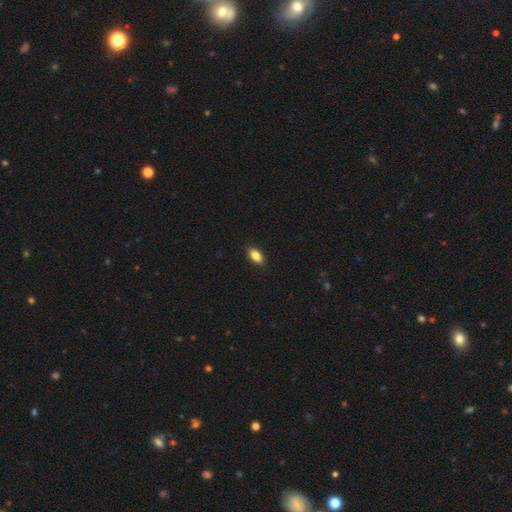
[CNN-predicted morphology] A smooth galaxy with no disk features (83%) that is in between round and cigar-shaped (88%). Merging: none (87%).